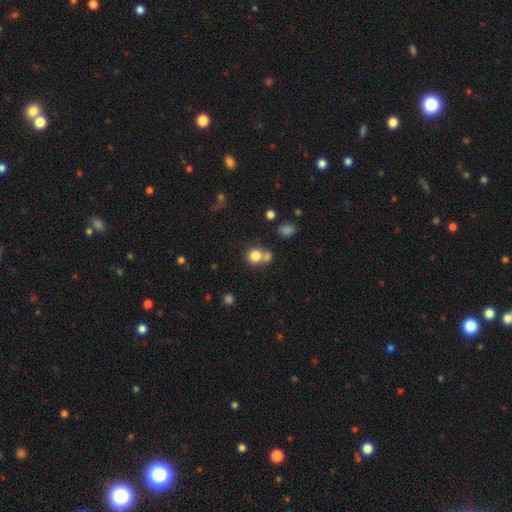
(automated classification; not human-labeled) smooth 82%, star or artifact 11%, featured or disk 7%. Down the decision tree: how rounded — round (84%); merging — none (51%).